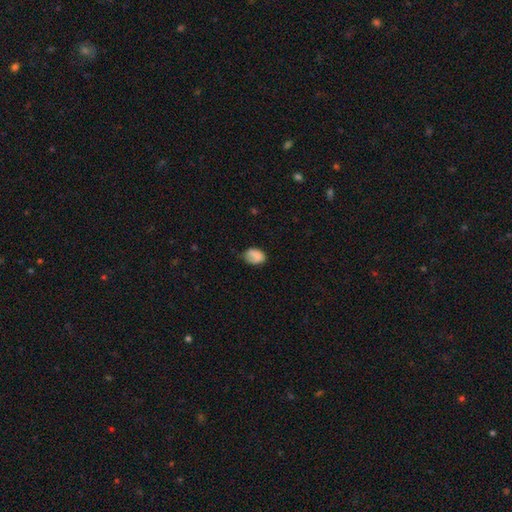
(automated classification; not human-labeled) Smooth or featured? smooth (77%)
How rounded? in between (74%)
Merging? none (51%)